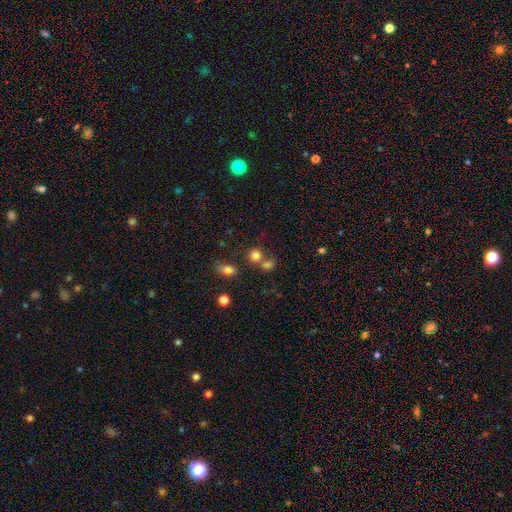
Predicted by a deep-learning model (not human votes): Smooth or featured?
  - smooth: 79% *
  - star or artifact: 14%
  - featured or disk: 7%
How rounded?
  - round: 79% *
  - in between: 20%
  - cigar-shaped: 1%
Merging?
  - none: 55% *
  - merger: 32%
  - minor disturbance: 9%
  - major disturbance: 4%